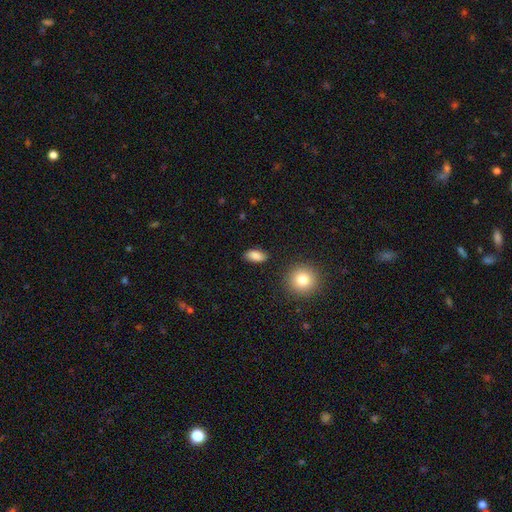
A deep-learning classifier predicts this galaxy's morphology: type=smooth (86%); roundness=in between (89%); merging=none (86%).